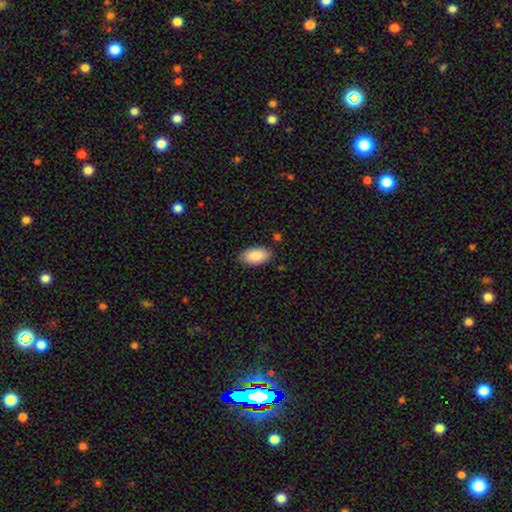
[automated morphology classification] Smooth or featured?
  - smooth: 88% *
  - star or artifact: 6%
  - featured or disk: 6%
How rounded?
  - in between: 95% *
  - round: 2%
  - cigar-shaped: 2%
Merging?
  - none: 85% *
  - minor disturbance: 11%
  - major disturbance: 2%
  - merger: 2%